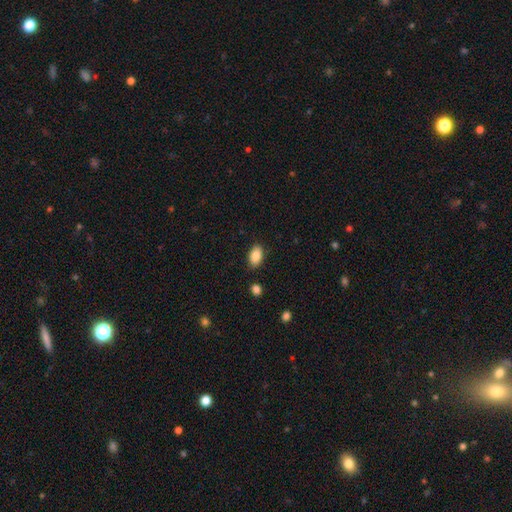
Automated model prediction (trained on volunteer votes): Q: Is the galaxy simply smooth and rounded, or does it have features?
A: smooth — 87%.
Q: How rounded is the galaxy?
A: in between — 91%.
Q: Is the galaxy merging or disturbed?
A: none — 85%.